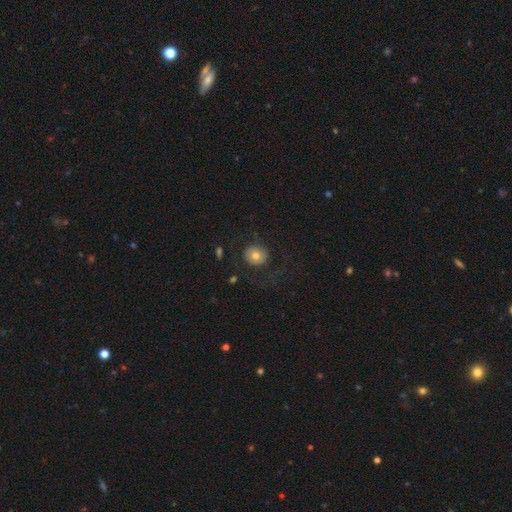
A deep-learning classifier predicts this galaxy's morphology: Q: Smooth or featured?
A: smooth (70%); runner-up: featured or disk (21%)
Q: How rounded?
A: round (87%); runner-up: in between (12%)
Q: Merging?
A: none (72%); runner-up: major disturbance (15%)